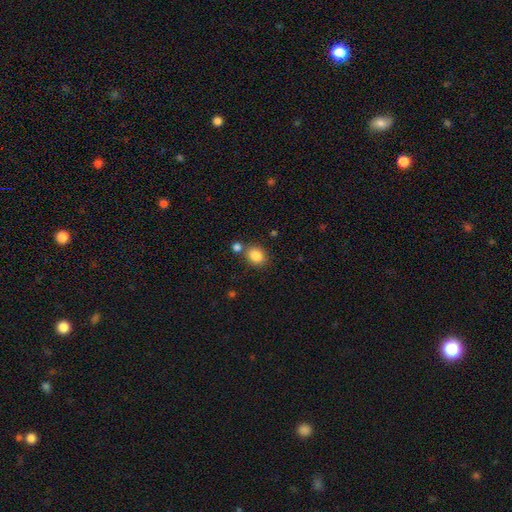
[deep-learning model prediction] Overall: smooth (86%). How rounded: round (50%; in between 49%). Merging: none (69%).